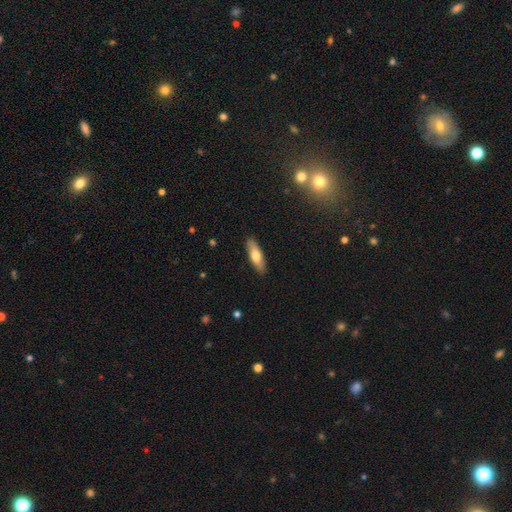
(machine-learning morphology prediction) This is likely a smooth galaxy (67%). How rounded: possibly cigar-shaped (52%). Merging: clearly none (90%).